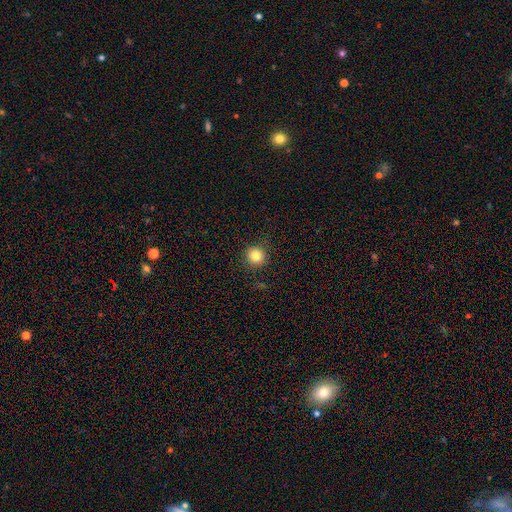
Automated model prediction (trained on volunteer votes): A smooth galaxy with no disk features (82%) that is round (94%). Merging: none (90%).